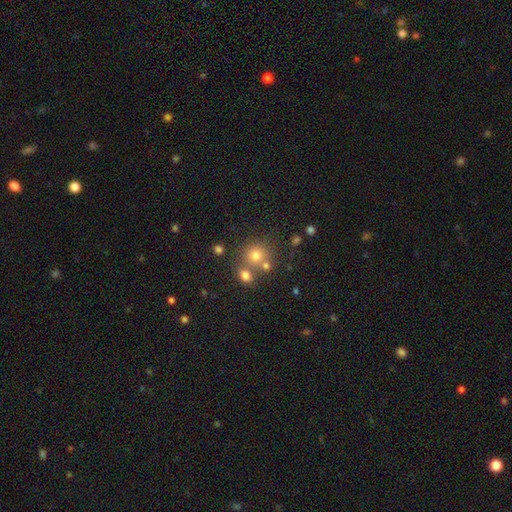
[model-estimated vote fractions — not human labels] A smooth galaxy with no disk features (71%) that is round (86%).

Vote fractions:
- Smooth or featured? smooth: 71% / star or artifact: 18% / featured or disk: 11%
- How rounded? round: 86% / in between: 13% / cigar-shaped: 1%
- Merging? none: 60% / merger: 27% / minor disturbance: 9% / major disturbance: 4%